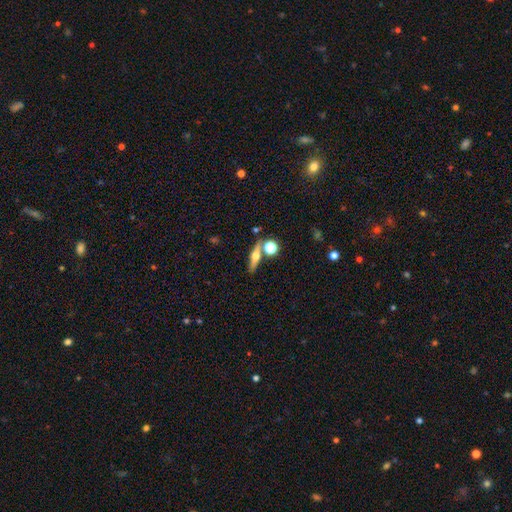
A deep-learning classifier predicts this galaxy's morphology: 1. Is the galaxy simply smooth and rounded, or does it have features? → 54% featured or disk, 37% smooth, 10% star or artifact.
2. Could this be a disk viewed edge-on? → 90% yes, 10% no.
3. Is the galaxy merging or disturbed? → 74% none, 12% merger, 10% minor disturbance, 3% major disturbance.